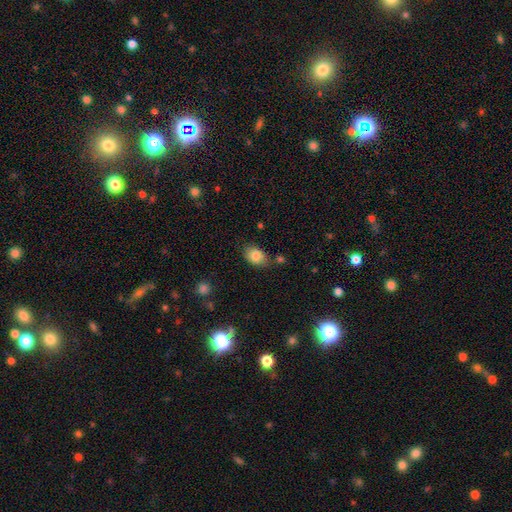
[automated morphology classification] Smooth or featured? smooth (84%)
How rounded? in between (80%)
Merging? none (75%)